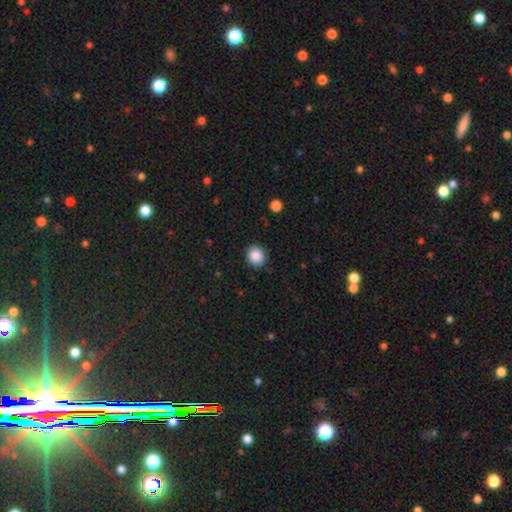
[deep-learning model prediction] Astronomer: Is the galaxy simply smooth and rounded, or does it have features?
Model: smooth — 88%.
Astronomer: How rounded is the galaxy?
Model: round — 83%.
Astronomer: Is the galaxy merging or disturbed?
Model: none — 89%.